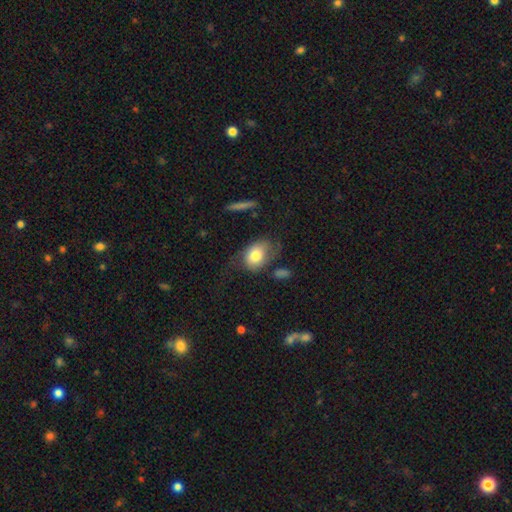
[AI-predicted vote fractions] Smooth or featured? smooth (70%)
How rounded? in between (75%)
Merging? none (42%)